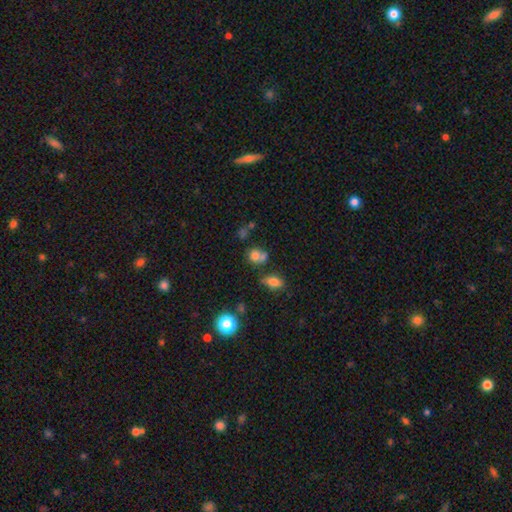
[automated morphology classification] The model was most divided on "merging": merger: 42%, none: 38%, minor disturbance: 13%, major disturbance: 7%. More confident: smooth or featured — smooth (74%); how rounded — round (64%).